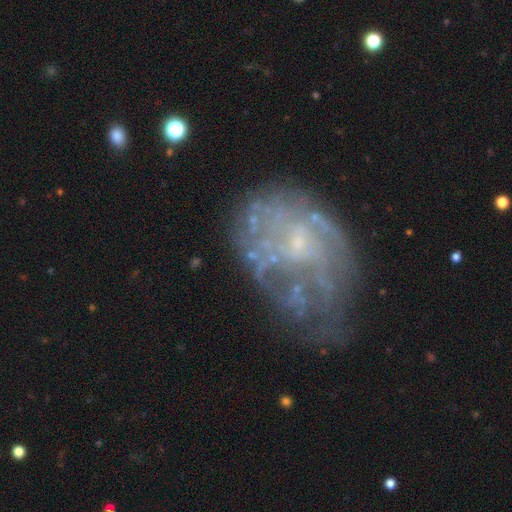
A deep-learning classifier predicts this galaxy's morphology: Smooth or featured? featured or disk (72%)
Edge-on disk? no (97%)
Bar? no (63%)
Spiral arms? yes (59%)
Bulge size? small (61%)
Merging? none (46%)